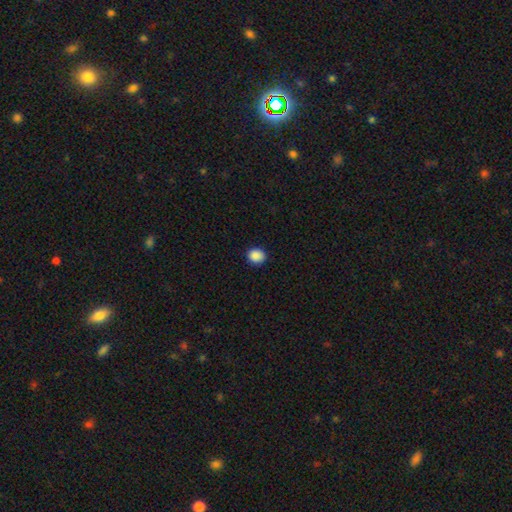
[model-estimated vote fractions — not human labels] smooth 89%, star or artifact 9%, featured or disk 2%. Down the decision tree: how rounded — round (80%); merging — none (90%).